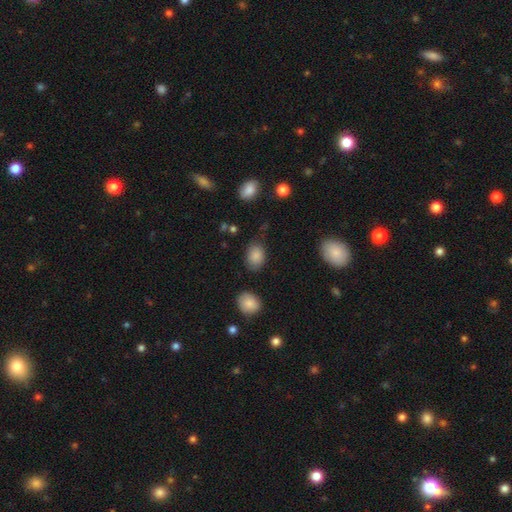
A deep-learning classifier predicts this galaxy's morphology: A smooth galaxy with no disk features (85%) that is in between round and cigar-shaped (78%). Merging: none (73%).